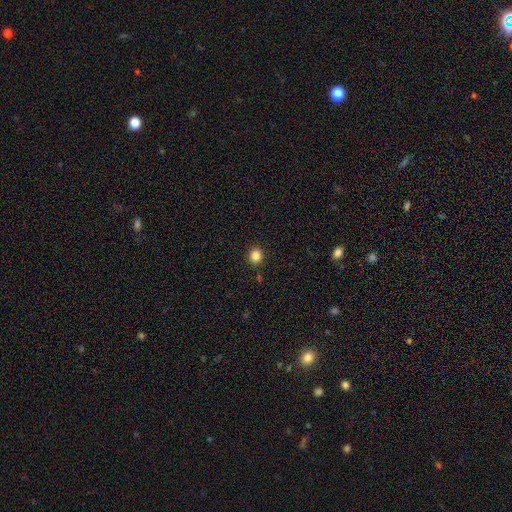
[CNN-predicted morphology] Overall: smooth (84%). How rounded: round (81%). Merging: none (90%).